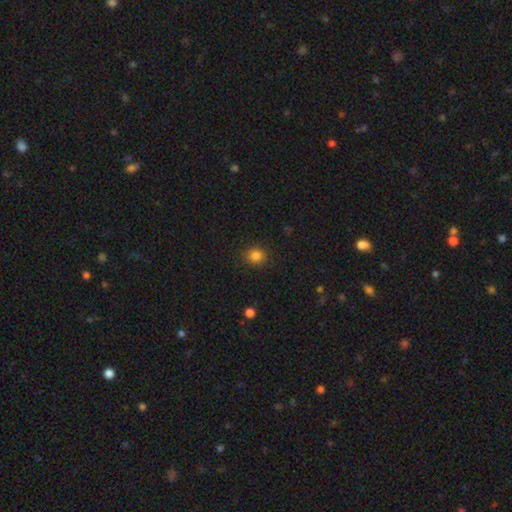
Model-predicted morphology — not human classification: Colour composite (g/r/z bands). It shows a smooth galaxy with no disk features (84%) that is round (78%). Merging: none (88%).